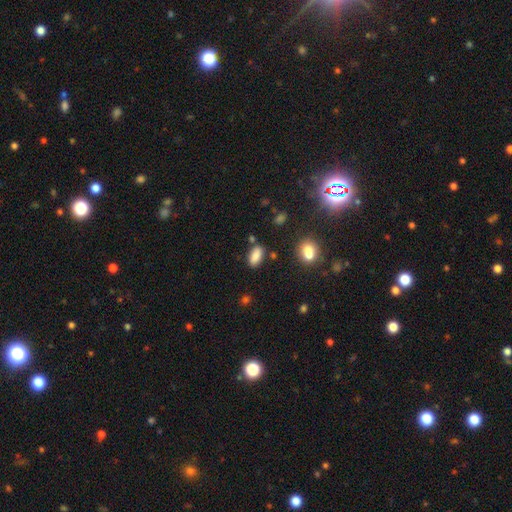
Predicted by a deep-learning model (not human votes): smooth-or-featured: smooth: 85% | star or artifact: 9% | featured or disk: 6%
  how-rounded: in between: 89% | cigar-shaped: 7% | round: 4%
  merging: none: 79% | minor disturbance: 12% | merger: 6% | major disturbance: 3%